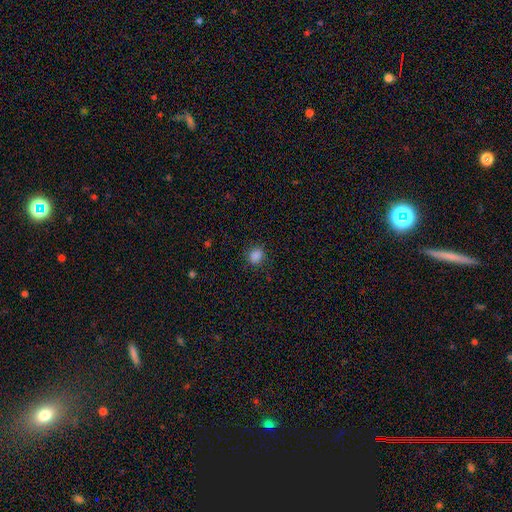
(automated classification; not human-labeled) smooth-or-featured: smooth: 86% | star or artifact: 11% | featured or disk: 3%
  how-rounded: round: 58% | in between: 41% | cigar-shaped: 1%
  merging: none: 86% | minor disturbance: 10% | major disturbance: 3% | merger: 1%